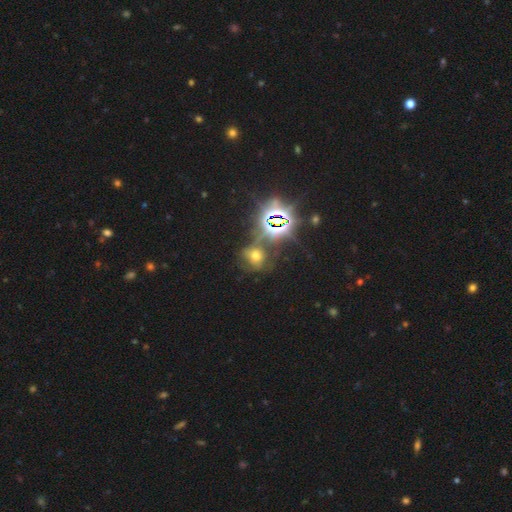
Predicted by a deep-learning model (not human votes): A star or artifact, not a galaxy (48%).